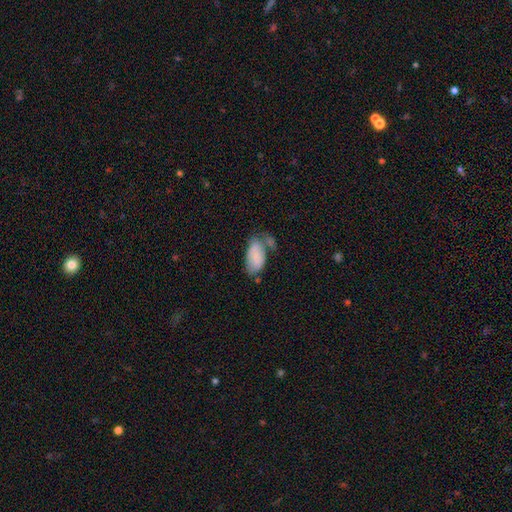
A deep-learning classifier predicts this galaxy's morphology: The model was most divided on "merging": none: 40%, minor disturbance: 27%, merger: 19%, major disturbance: 14%. More confident: how rounded — in between (95%); smooth or featured — smooth (81%).